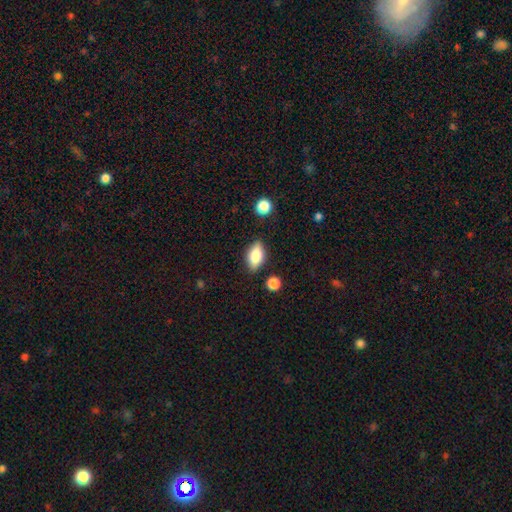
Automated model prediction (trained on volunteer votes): This is likely a smooth galaxy (74%). How rounded: clearly in between (86%). Merging: clearly none (82%).